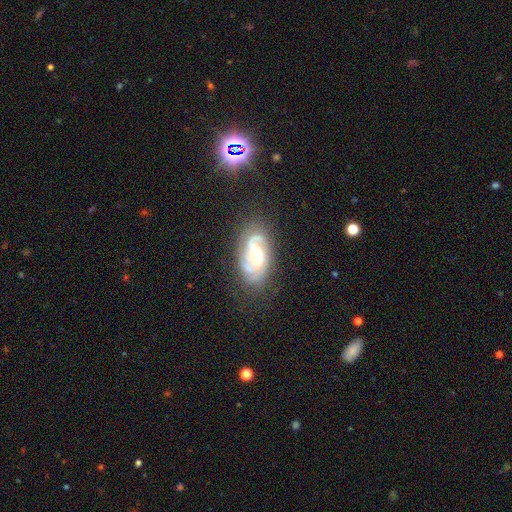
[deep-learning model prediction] Smooth or featured?
  - featured or disk: 82% *
  - smooth: 12%
  - star or artifact: 6%
Edge-on disk?
  - no: 96% *
  - yes: 4%
Bar?
  - no: 45% *
  - weak: 42%
  - strong: 13%
Spiral arms?
  - yes: 94% *
  - no: 6%
Spiral winding?
  - medium: 44% *
  - tight: 39%
  - loose: 17%
Spiral arm count?
  - 2: 54% *
  - can't tell: 17%
  - 3: 15%
  - 1: 8%
  - 4: 3%
  - more than 4: 3%
Bulge size?
  - moderate: 63% *
  - small: 19%
  - large: 15%
  - none: 2%
  - dominant: 2%
Merging?
  - none: 71% *
  - minor disturbance: 19%
  - major disturbance: 9%
  - merger: 2%